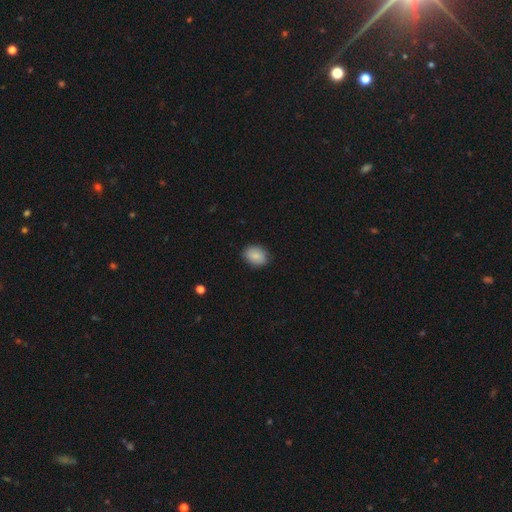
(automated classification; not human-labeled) smooth 86%, star or artifact 7%, featured or disk 7%. Down the decision tree: how rounded — in between (58%); merging — none (84%).